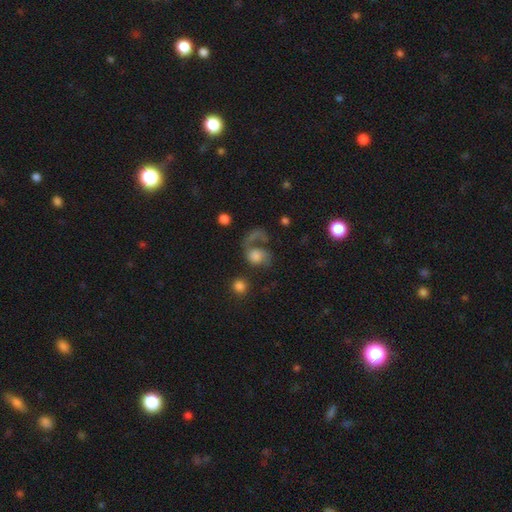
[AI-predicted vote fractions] smooth_or_featured: featured or disk (p=0.53) [alt: smooth p=0.36]
disk_edge_on: no (p=0.98) [alt: yes p=0.02]
bar: no (p=0.78) [alt: weak p=0.18]
has_spiral_arms: yes (p=0.76) [alt: no p=0.24]
bulge_size: moderate (p=0.30) [alt: large p=0.27]
merging: major disturbance (p=0.46) [alt: none p=0.27]